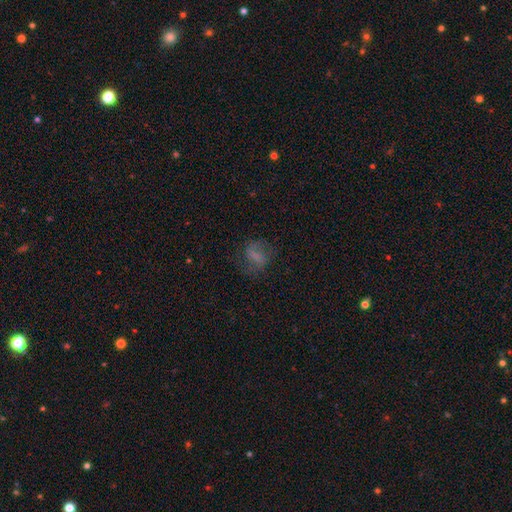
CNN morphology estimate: A featured or disk galaxy (43%, tied with smooth).

Vote fractions:
- Smooth or featured? featured or disk: 43% (tied) / smooth: 43% (tied) / star or artifact: 14%
- Merging? none: 63% / minor disturbance: 19% / major disturbance: 17% / merger: 2%